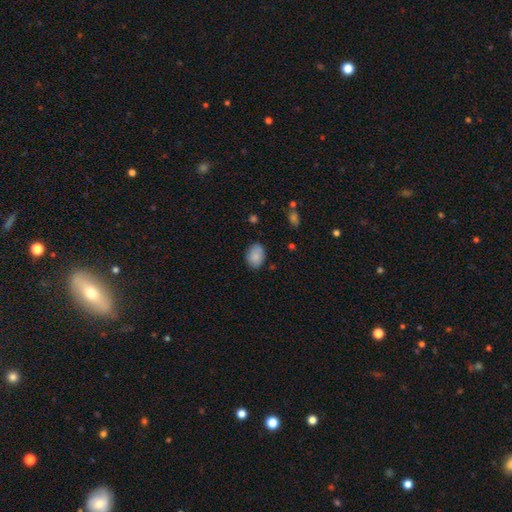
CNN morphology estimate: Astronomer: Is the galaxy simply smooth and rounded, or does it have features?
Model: smooth — 86%.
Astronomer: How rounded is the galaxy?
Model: in between — 74%.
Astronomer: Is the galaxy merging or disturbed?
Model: none — 78%.